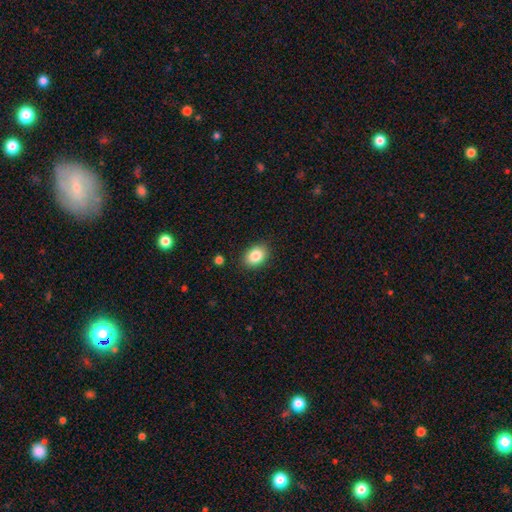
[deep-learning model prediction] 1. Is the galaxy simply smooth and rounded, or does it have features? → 85% smooth, 9% star or artifact, 6% featured or disk.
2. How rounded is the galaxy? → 72% in between, 27% round, 1% cigar-shaped.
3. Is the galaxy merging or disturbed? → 88% none, 9% minor disturbance, 2% major disturbance, 1% merger.